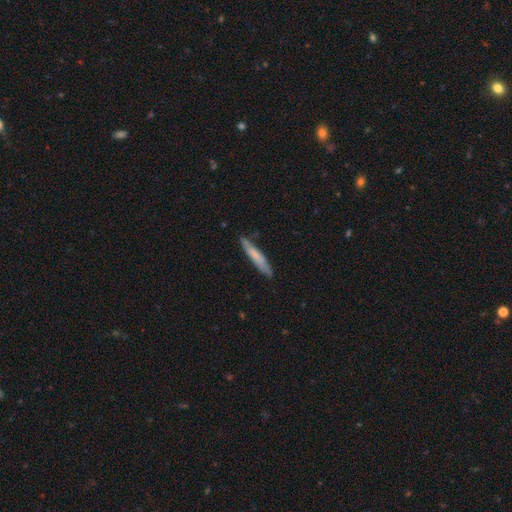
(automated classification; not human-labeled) A smooth galaxy with no disk features (69%) that is cigar-shaped (93%). Merging: none (83%).